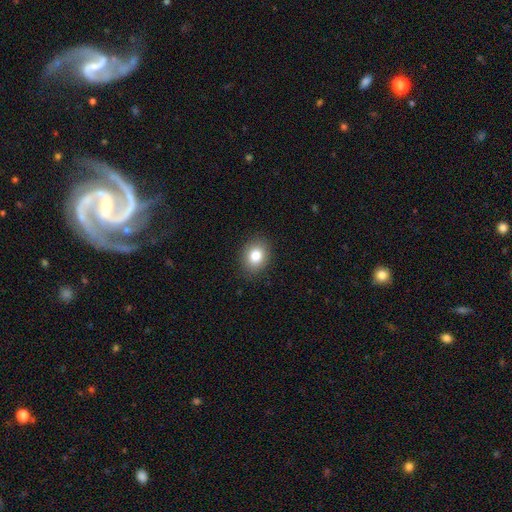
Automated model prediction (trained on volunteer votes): Smooth or featured?
  - smooth: 81% *
  - star or artifact: 11%
  - featured or disk: 9%
How rounded?
  - round: 53% *
  - in between: 46%
  - cigar-shaped: 1%
Merging?
  - none: 88% *
  - minor disturbance: 8%
  - major disturbance: 2%
  - merger: 1%